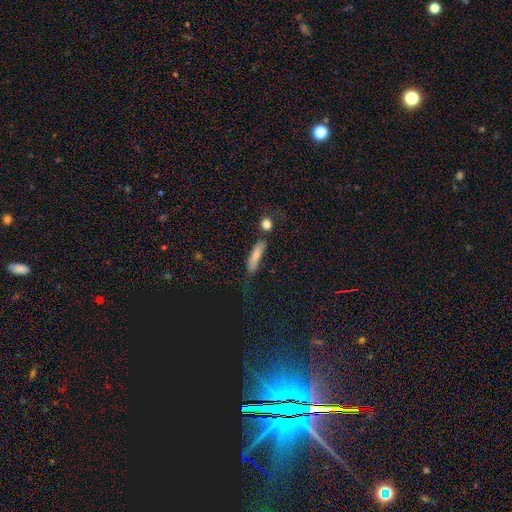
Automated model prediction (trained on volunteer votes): Overall: smooth (73%). How rounded: cigar-shaped (64%; in between 32%). Merging: none (62%).